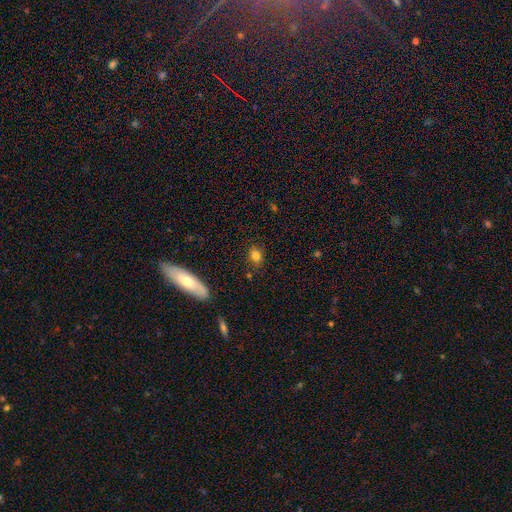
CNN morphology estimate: Overall: smooth (81%). How rounded: in between (60%; round 38%). Merging: none (82%).